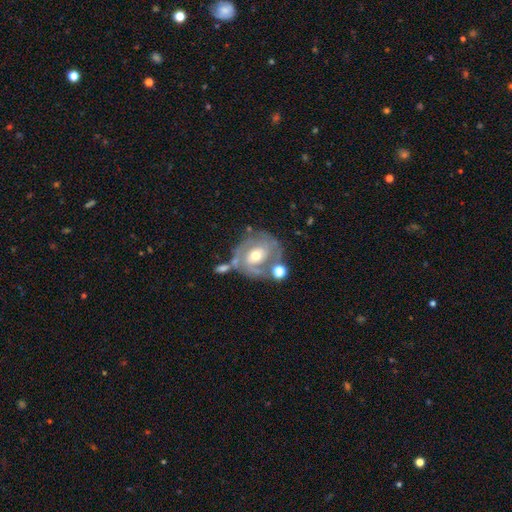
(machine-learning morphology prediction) Smooth or featured? Predicted: featured or disk (p=0.74). Edge-on disk? Predicted: no (p=0.96). Bar? Predicted: no (p=0.58). Spiral arms? Predicted: yes (p=0.72). Spiral winding? Predicted: tight (p=0.56). Spiral arm count? Predicted: 2 (p=0.47). Bulge size? Predicted: moderate (p=0.69). Merging? Predicted: none (p=0.50).